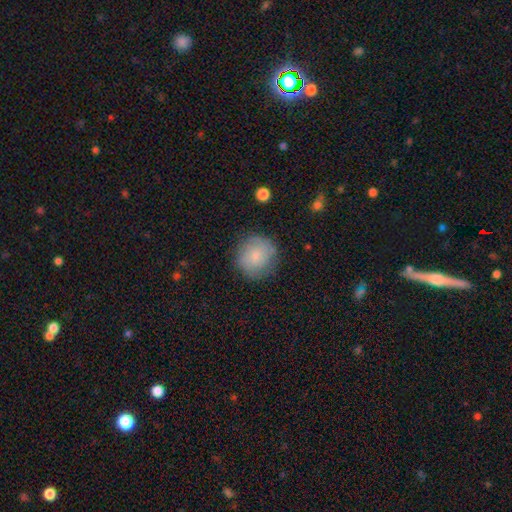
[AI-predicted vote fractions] smooth_or_featured: smooth (p=0.74) [alt: featured or disk p=0.19]
how_rounded: round (p=0.91) [alt: in between p=0.08]
merging: none (p=0.79) [alt: minor disturbance p=0.15]